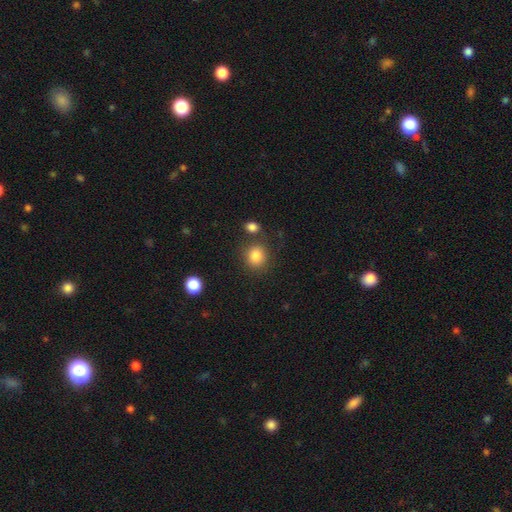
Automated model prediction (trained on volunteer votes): Smooth or featured?
  - smooth: 85% *
  - star or artifact: 10%
  - featured or disk: 5%
How rounded?
  - round: 76% *
  - in between: 23%
  - cigar-shaped: 1%
Merging?
  - none: 76% *
  - minor disturbance: 11%
  - merger: 9%
  - major disturbance: 4%